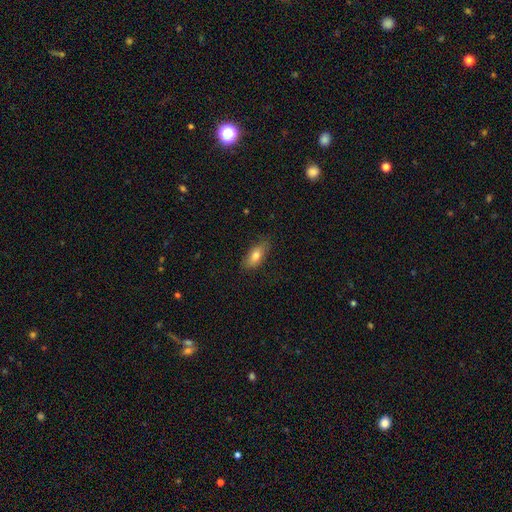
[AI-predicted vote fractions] This appears to be a smooth galaxy with no disk features (77%) that is in between round and cigar-shaped (82%). Merging: none (79%).